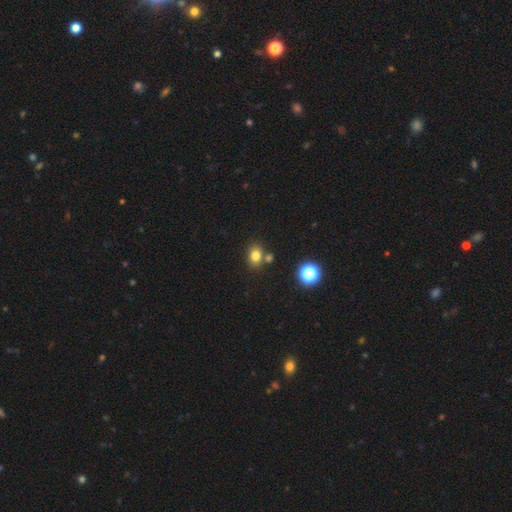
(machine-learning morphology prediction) Smooth or featured: smooth — 79% (star or artifact — 14%)
How rounded: in between — 55% (round — 44%)
Merging: none — 70% (merger — 16%)